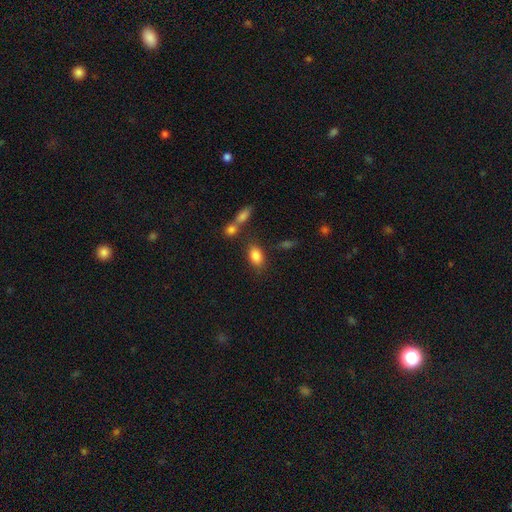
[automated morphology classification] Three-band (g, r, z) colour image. It shows a smooth galaxy with no disk features (84%) that is in between round and cigar-shaped (87%). Merging: none (69%).